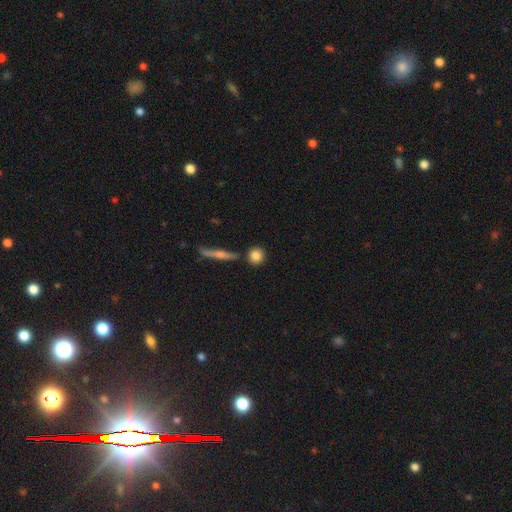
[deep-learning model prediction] Smooth or featured? smooth (82%)
How rounded? round (87%)
Merging? none (80%)